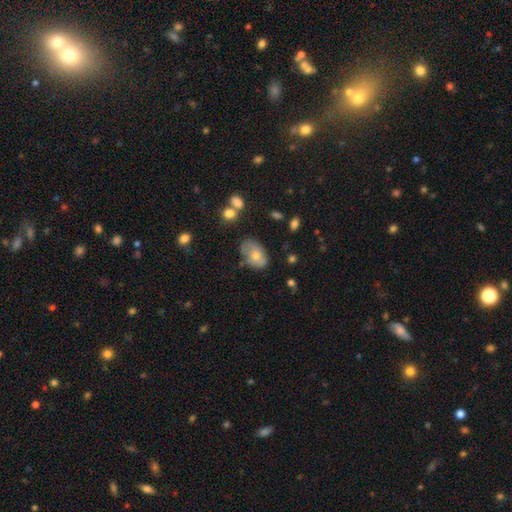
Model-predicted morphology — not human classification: Smooth or featured?
  - smooth: 66% *
  - featured or disk: 25%
  - star or artifact: 9%
How rounded?
  - in between: 86% *
  - round: 13%
  - cigar-shaped: 1%
Merging?
  - none: 57% *
  - minor disturbance: 30%
  - major disturbance: 9%
  - merger: 5%